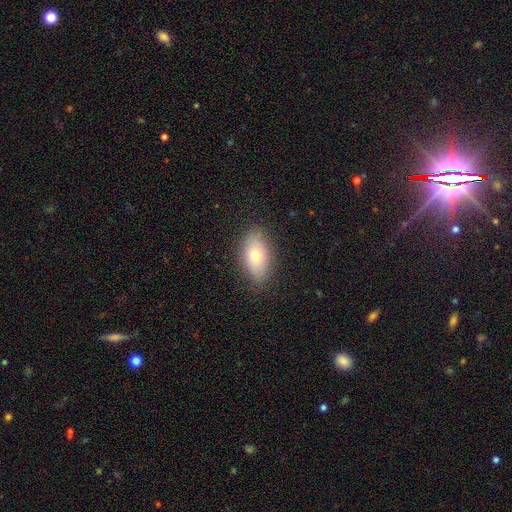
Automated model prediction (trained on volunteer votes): smooth-or-featured: smooth: 72% | featured or disk: 19% | star or artifact: 8%
  how-rounded: in between: 89% | round: 6% | cigar-shaped: 5%
  merging: none: 84% | minor disturbance: 12% | major disturbance: 3% | merger: 1%